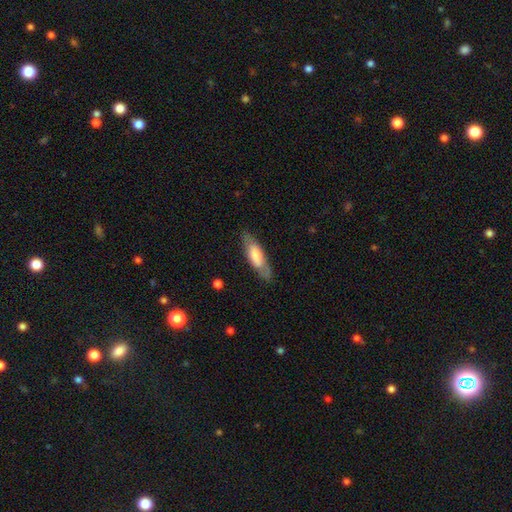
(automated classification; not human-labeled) A smooth galaxy with no disk features (60%) that is in between round and cigar-shaped (56%).

Vote fractions:
- Smooth or featured? smooth: 60% / featured or disk: 34% / star or artifact: 6%
- How rounded? in between: 56% / cigar-shaped: 43% / round: 2%
- Merging? none: 74% / minor disturbance: 19% / major disturbance: 6% / merger: 2%